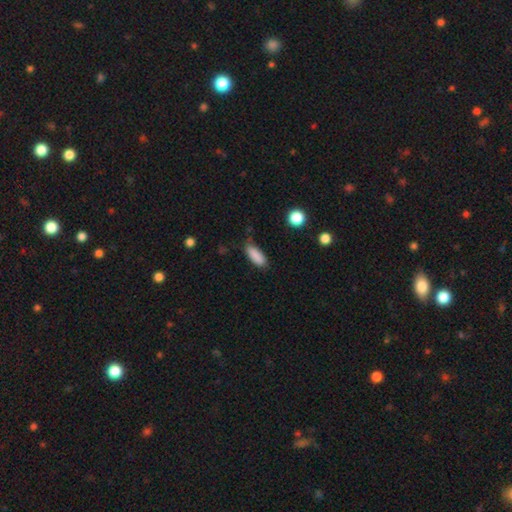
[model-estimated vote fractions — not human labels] The model was most divided on "how rounded": in between: 72%, cigar-shaped: 26%, round: 2%. More confident: smooth or featured — smooth (87%); merging — none (70%).